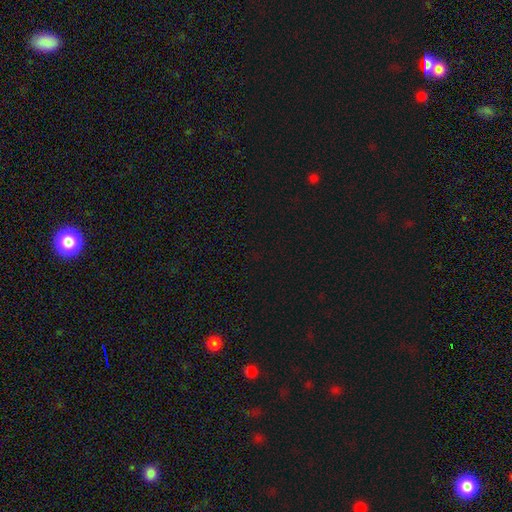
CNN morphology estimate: Smooth or featured? star or artifact (74%)